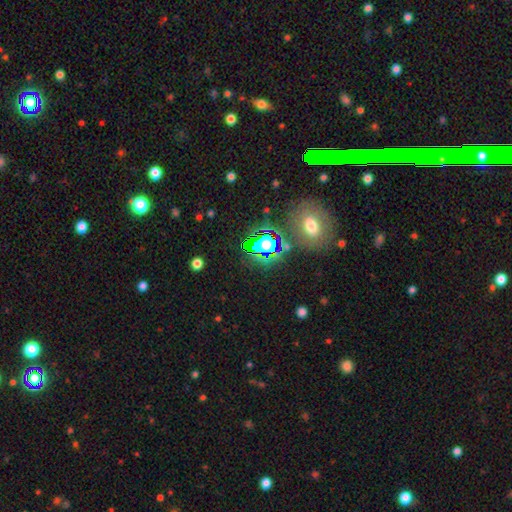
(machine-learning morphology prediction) smooth-or-featured: star or artifact: 66% | smooth: 22% | featured or disk: 12%